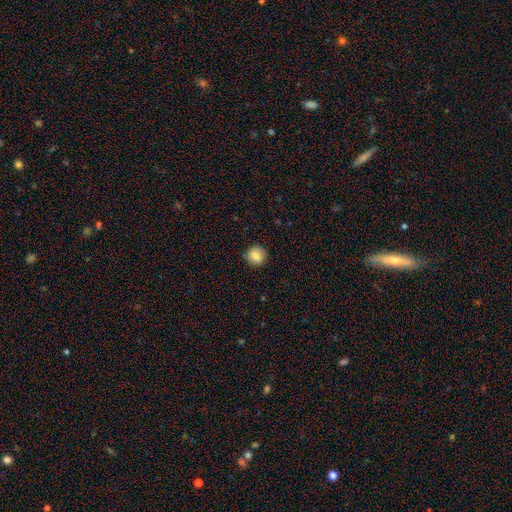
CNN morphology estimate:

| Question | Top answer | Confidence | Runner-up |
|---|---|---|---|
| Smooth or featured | smooth | 84% | star or artifact (9%) |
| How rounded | round | 93% | in between (6%) |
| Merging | none | 90% | minor disturbance (7%) |